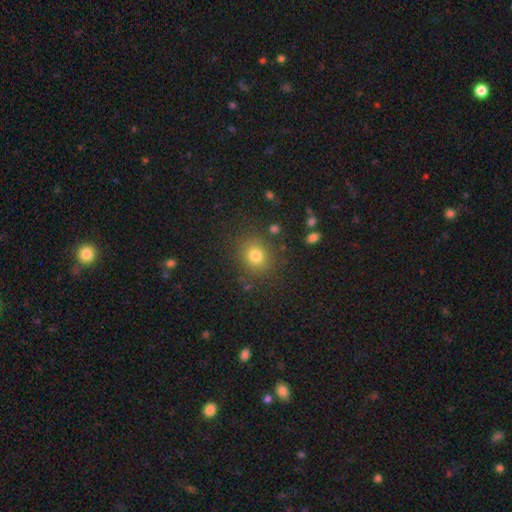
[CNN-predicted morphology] The model was most divided on "how rounded": round: 79%, in between: 20%, cigar-shaped: 1%. More confident: merging — none (84%); smooth or featured — smooth (79%).